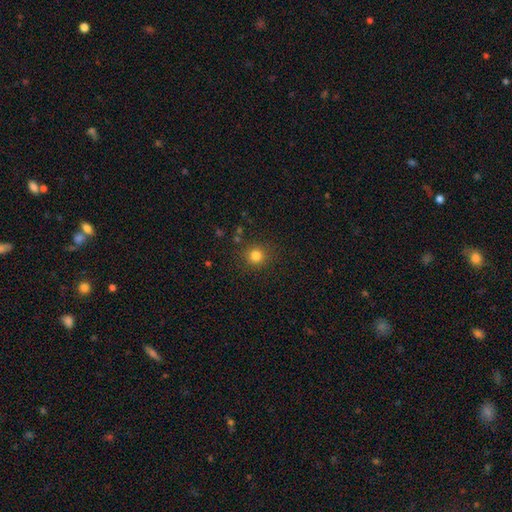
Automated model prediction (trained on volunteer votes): smooth 81%, star or artifact 14%, featured or disk 6%. Down the decision tree: how rounded — round (91%); merging — none (86%).